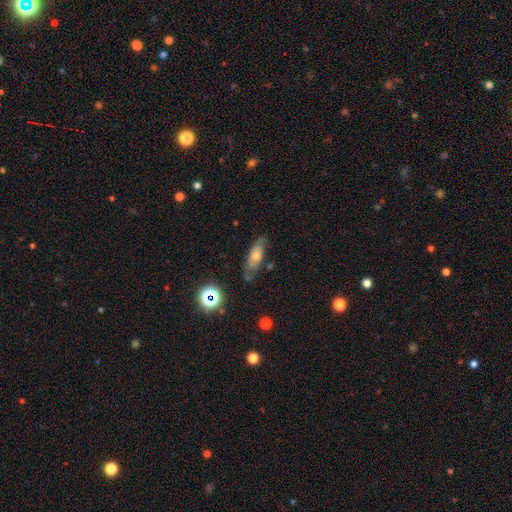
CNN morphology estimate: Smooth or featured?
  - smooth: 49% *
  - featured or disk: 40%
  - star or artifact: 11%
Merging?
  - none: 69% *
  - minor disturbance: 22%
  - major disturbance: 6%
  - merger: 3%